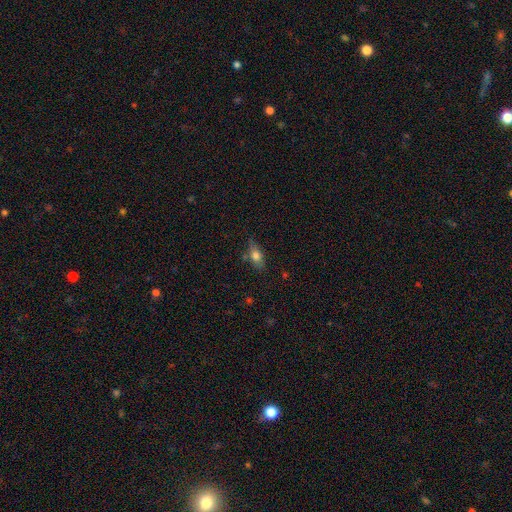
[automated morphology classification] A smooth galaxy with no disk features (71%) that is in between round and cigar-shaped (75%).

Vote fractions:
- Smooth or featured? smooth: 71% / featured or disk: 20% / star or artifact: 9%
- How rounded? in between: 75% / cigar-shaped: 18% / round: 6%
- Merging? none: 71% / minor disturbance: 19% / merger: 5% / major disturbance: 4%